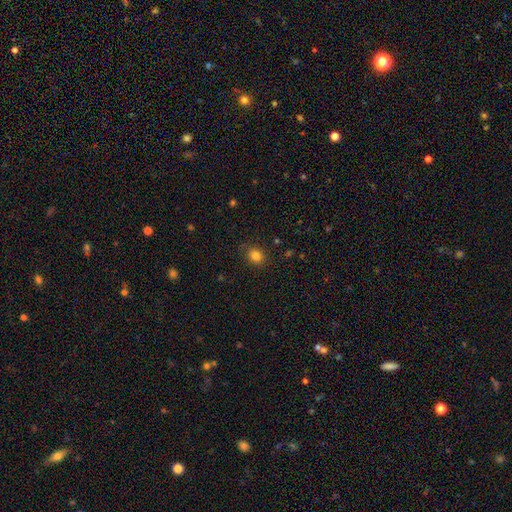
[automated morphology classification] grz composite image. It shows a smooth galaxy with no disk features (82%) that is round (63%). Merging: none (84%).